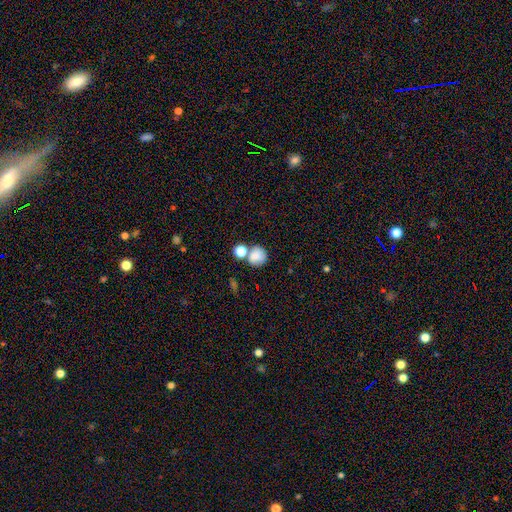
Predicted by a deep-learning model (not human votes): smooth-or-featured: smooth: 81% | star or artifact: 10% | featured or disk: 9%
  how-rounded: round: 83% | in between: 16% | cigar-shaped: 1%
  merging: none: 52% | merger: 31% | minor disturbance: 12% | major disturbance: 5%